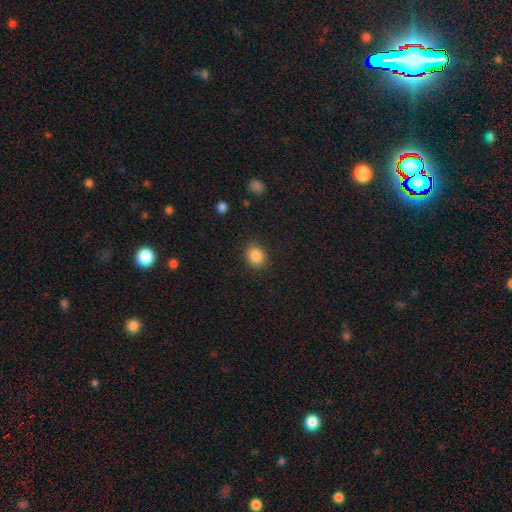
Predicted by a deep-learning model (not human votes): The model was most divided on "how rounded": round: 55%, in between: 44%, cigar-shaped: 1%. More confident: merging — none (88%); smooth or featured — smooth (86%).